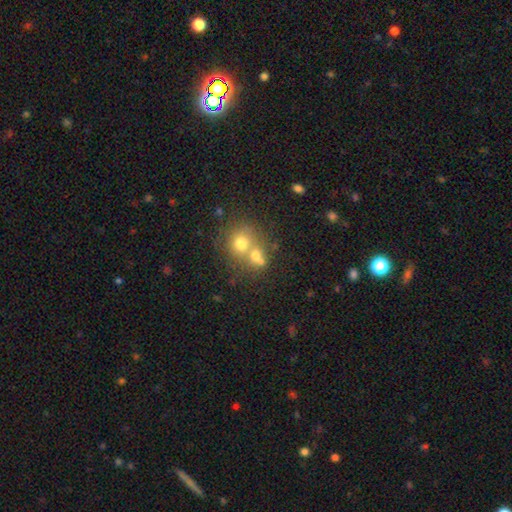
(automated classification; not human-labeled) Smooth or featured?
  - smooth: 66% *
  - featured or disk: 19%
  - star or artifact: 15%
How rounded?
  - round: 78% *
  - in between: 21%
  - cigar-shaped: 1%
Merging?
  - merger: 57% *
  - none: 33%
  - minor disturbance: 7%
  - major disturbance: 4%